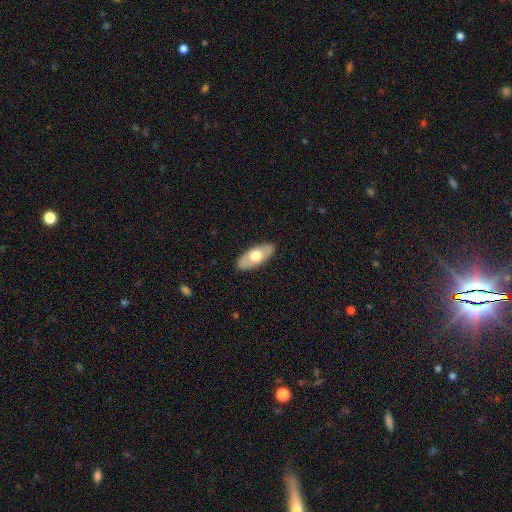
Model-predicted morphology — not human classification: smooth_or_featured: smooth (p=0.58) [alt: featured or disk p=0.38]
how_rounded: in between (p=0.87) [alt: cigar-shaped p=0.10]
merging: none (p=0.87) [alt: minor disturbance p=0.10]